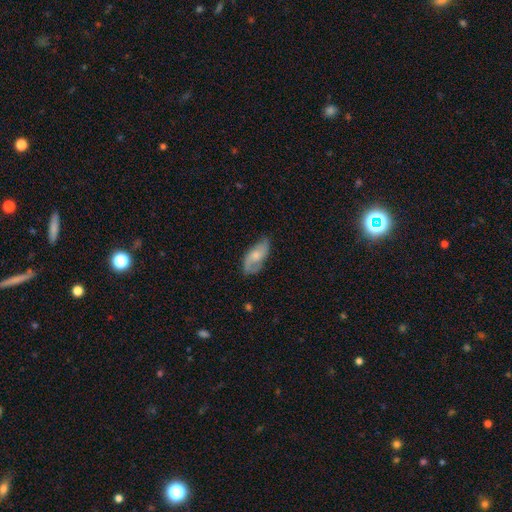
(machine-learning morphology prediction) Smooth or featured? featured or disk (54%)
Edge-on disk? no (91%)
Merging? none (62%)